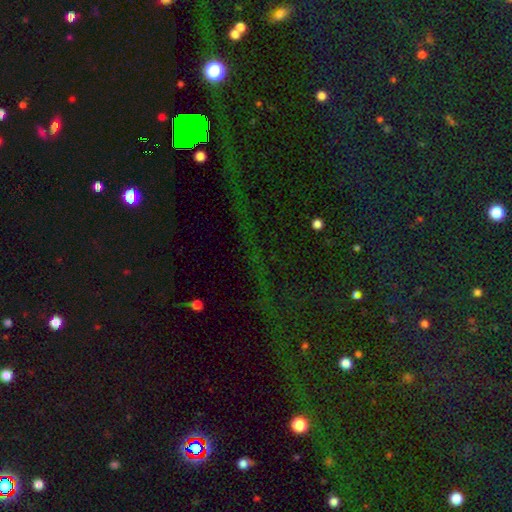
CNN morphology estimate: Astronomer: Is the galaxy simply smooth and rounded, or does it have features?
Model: star or artifact — 77%.